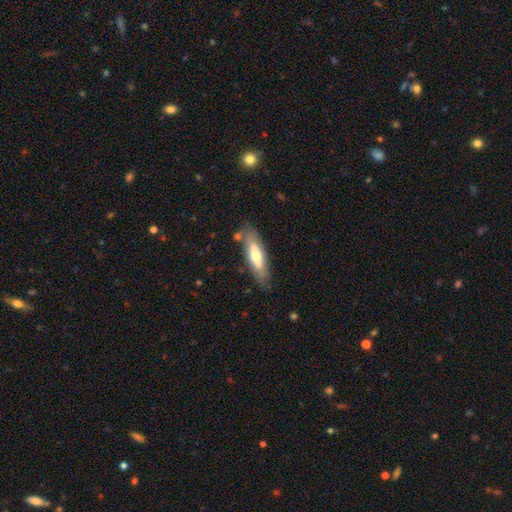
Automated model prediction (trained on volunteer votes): A smooth galaxy with no disk features (57%) that is cigar-shaped (54%).

Vote fractions:
- Smooth or featured? smooth: 57% / featured or disk: 37% / star or artifact: 6%
- How rounded? cigar-shaped: 54% / in between: 44% / round: 2%
- Merging? none: 78% / minor disturbance: 15% / major disturbance: 4% / merger: 3%